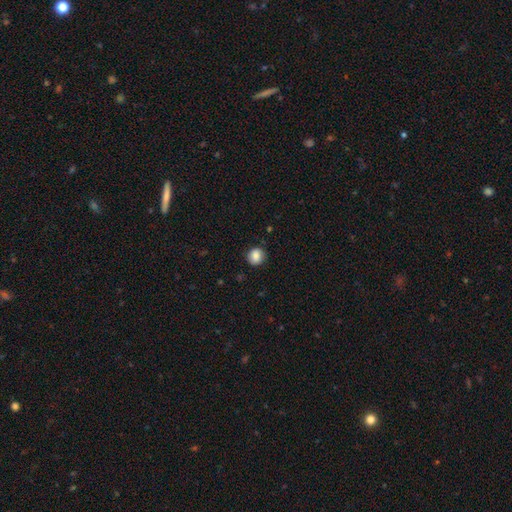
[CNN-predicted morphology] This is clearly a smooth galaxy (83%). How rounded: clearly round (84%). Merging: clearly none (85%).